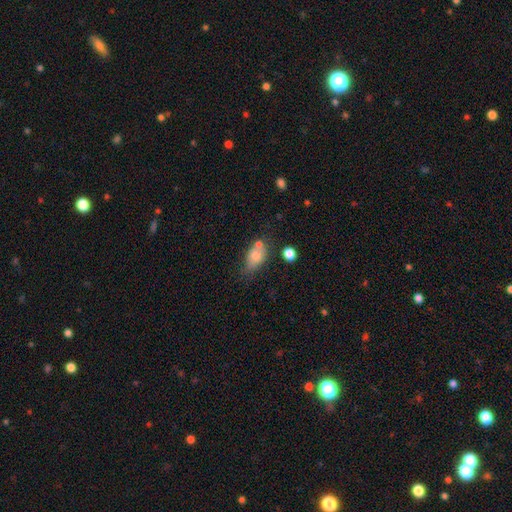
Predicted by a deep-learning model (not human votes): smooth 73%, featured or disk 18%, star or artifact 10%. Down the decision tree: how rounded — in between (79%); merging — none (46%).